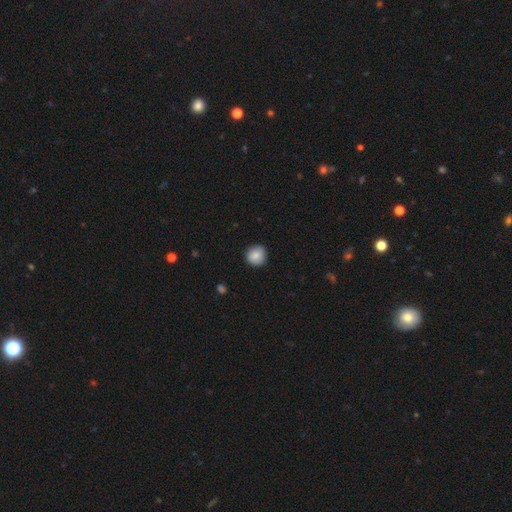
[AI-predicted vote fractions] Smooth or featured: smooth — 83% (featured or disk — 10%)
How rounded: round — 93% (in between — 6%)
Merging: none — 87% (minor disturbance — 10%)